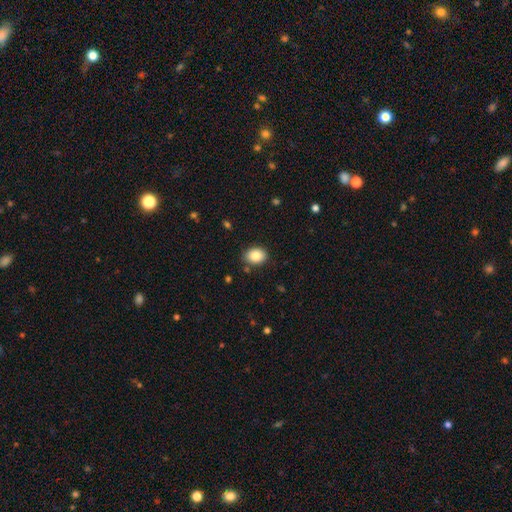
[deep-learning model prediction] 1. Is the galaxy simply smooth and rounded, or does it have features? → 85% smooth, 9% star or artifact, 6% featured or disk.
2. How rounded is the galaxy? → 63% in between, 36% round, 1% cigar-shaped.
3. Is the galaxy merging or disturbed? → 86% none, 10% minor disturbance, 2% major disturbance, 2% merger.